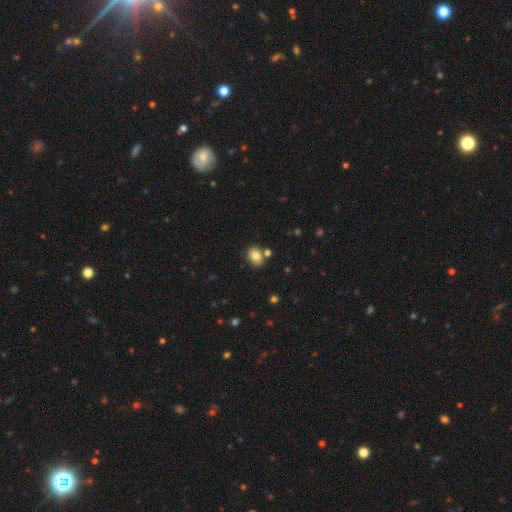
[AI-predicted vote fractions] Overall: smooth (81%). How rounded: in between (53%; round 46%). Merging: none (72%).